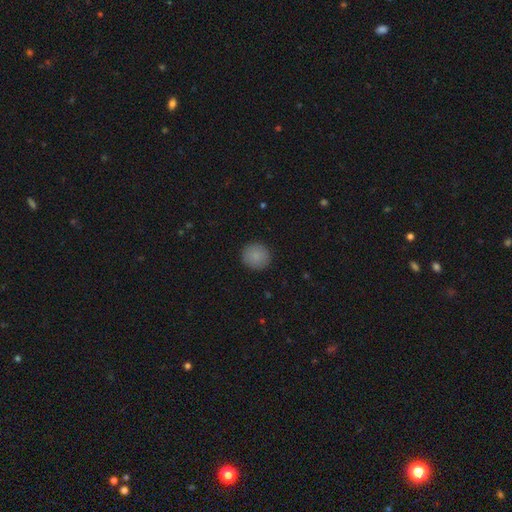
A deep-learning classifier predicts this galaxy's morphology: smooth 87%, star or artifact 8%, featured or disk 4%. Down the decision tree: how rounded — round (93%); merging — none (91%).